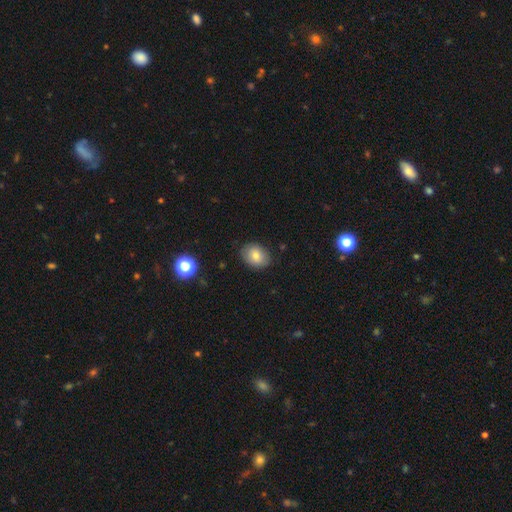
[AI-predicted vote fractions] smooth 76%, featured or disk 14%, star or artifact 10%. Down the decision tree: how rounded — in between (58%); merging — none (83%).